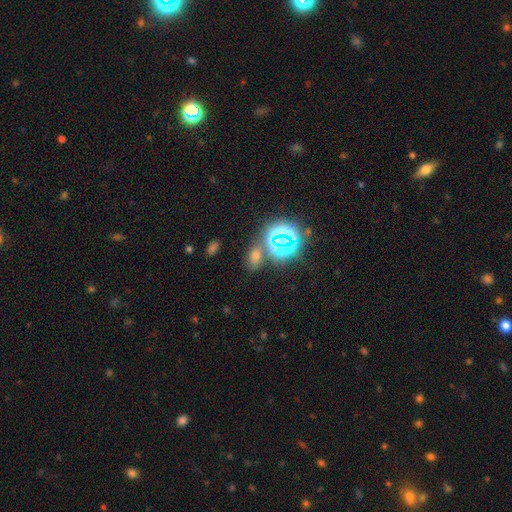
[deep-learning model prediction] Q: Smooth or featured?
A: smooth (46%); tied with: star or artifact (46%)
Q: Merging?
A: none (73%); runner-up: minor disturbance (11%)